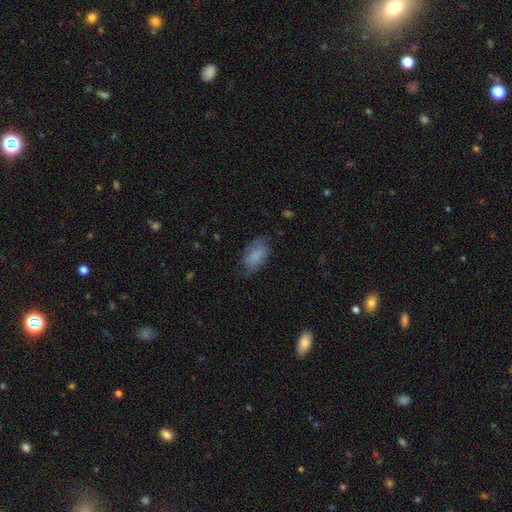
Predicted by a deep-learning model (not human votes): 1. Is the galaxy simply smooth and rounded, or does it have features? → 80% smooth, 12% featured or disk, 8% star or artifact.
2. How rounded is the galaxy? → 92% in between, 5% round, 3% cigar-shaped.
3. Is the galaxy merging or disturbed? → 65% none, 25% minor disturbance, 9% major disturbance, 1% merger.